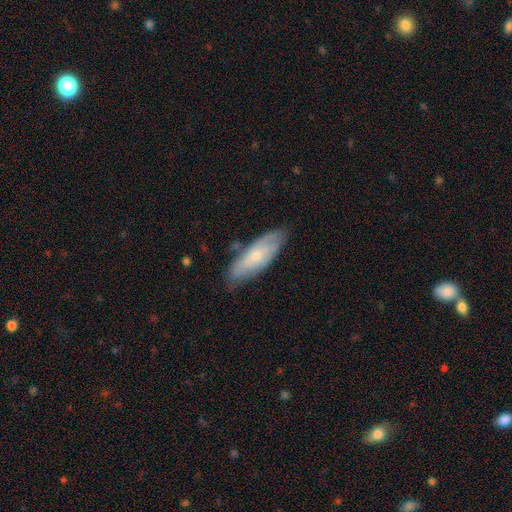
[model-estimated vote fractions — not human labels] Overall: smooth (47%; featured or disk 46%). Merging: none (72%).